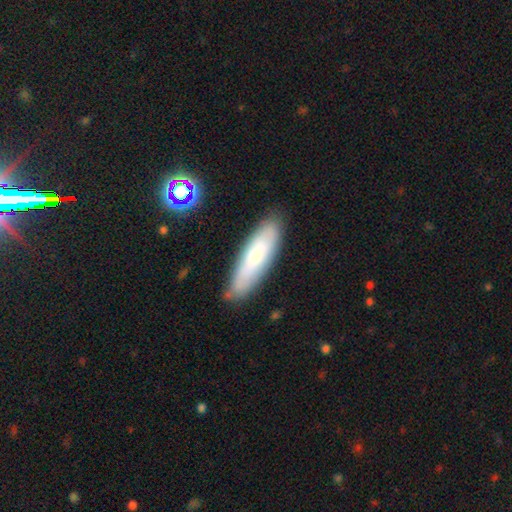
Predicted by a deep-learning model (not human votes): Smooth or featured? smooth (66%)
How rounded? cigar-shaped (63%)
Merging? none (81%)